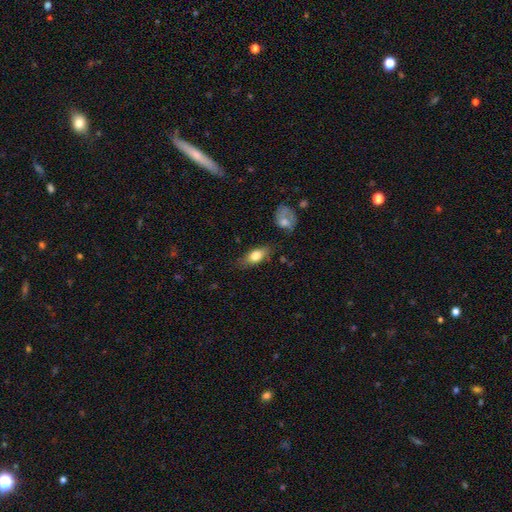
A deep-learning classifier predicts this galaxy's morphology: The model was most divided on "merging": none: 72%, minor disturbance: 19%, major disturbance: 5%, merger: 4%. More confident: how rounded — in between (82%); smooth or featured — smooth (76%).